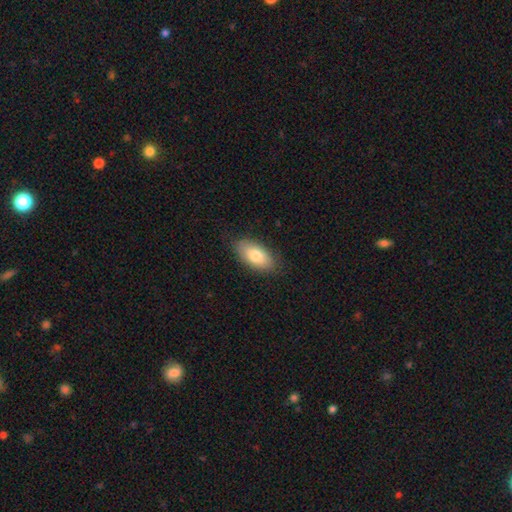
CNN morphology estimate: smooth_or_featured: smooth (p=0.78) [alt: featured or disk p=0.16]
how_rounded: in between (p=0.93) [alt: cigar-shaped p=0.04]
merging: none (p=0.83) [alt: minor disturbance p=0.13]